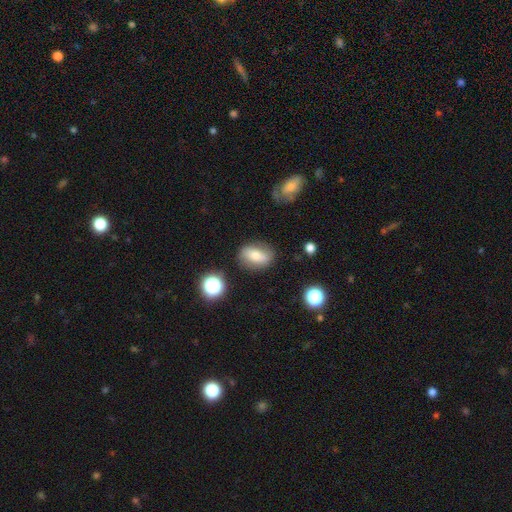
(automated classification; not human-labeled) A smooth galaxy with no disk features (62%) that is in between round and cigar-shaped (78%). Merging: none (76%).